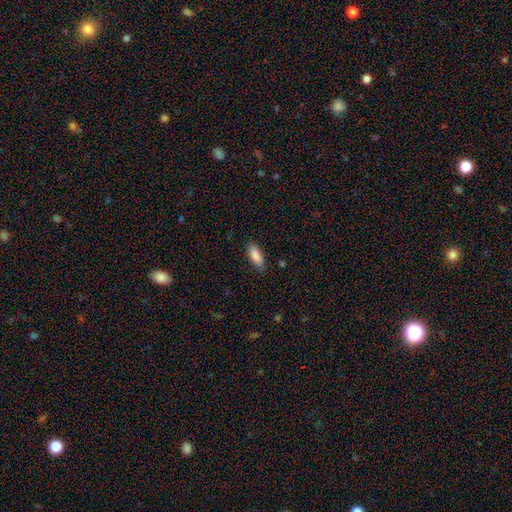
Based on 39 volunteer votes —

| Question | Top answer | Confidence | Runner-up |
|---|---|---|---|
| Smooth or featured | smooth | 79% | featured or disk (10%) |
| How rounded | in between | 71% | cigar-shaped (29%) |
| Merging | none | 86% | minor disturbance (11%) |